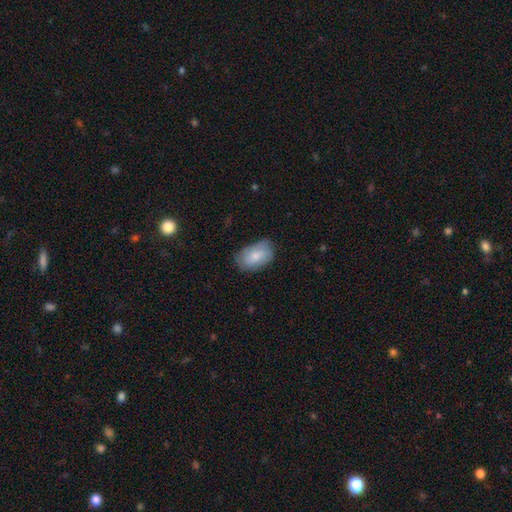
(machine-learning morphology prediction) Q: Smooth or featured?
A: smooth (72%); runner-up: featured or disk (22%)
Q: How rounded?
A: in between (91%); runner-up: round (8%)
Q: Merging?
A: none (69%); runner-up: minor disturbance (25%)